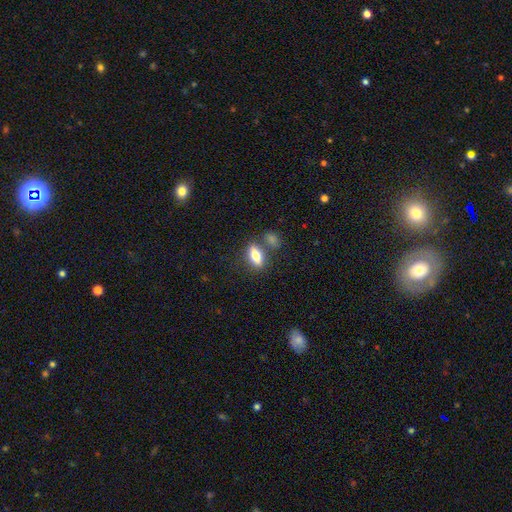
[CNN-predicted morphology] Smooth or featured?
  - smooth: 74% *
  - featured or disk: 19%
  - star or artifact: 7%
How rounded?
  - in between: 75% *
  - cigar-shaped: 20%
  - round: 5%
Merging?
  - none: 66% *
  - merger: 17%
  - minor disturbance: 12%
  - major disturbance: 4%